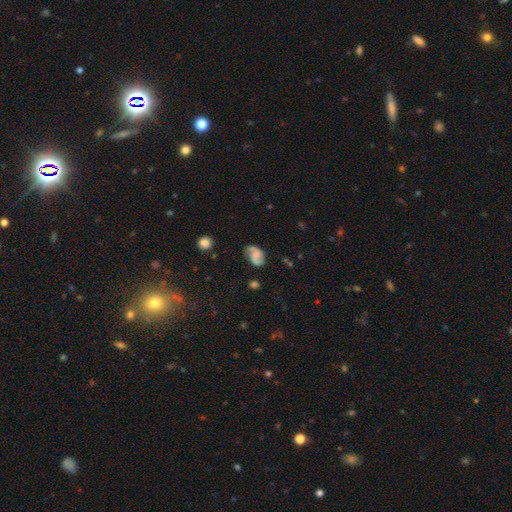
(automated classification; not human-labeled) featured or disk 54%, smooth 37%, star or artifact 9%. Down the decision tree: edge-on disk — no (97%); bar — no (52%); spiral arms — yes (89%); bulge size — none (46%); merging — none (65%).